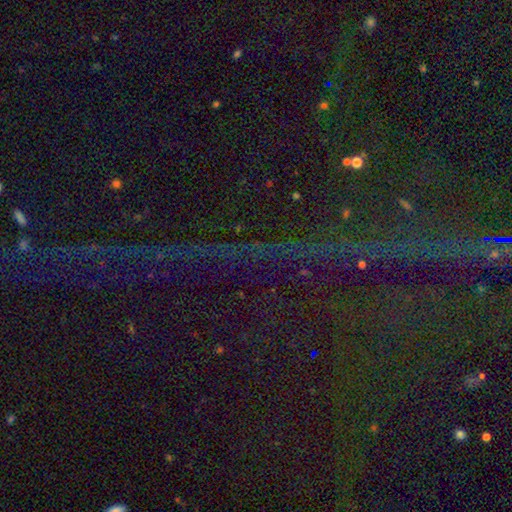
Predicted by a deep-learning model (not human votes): Smooth or featured?
  - star or artifact: 81% *
  - featured or disk: 10%
  - smooth: 9%